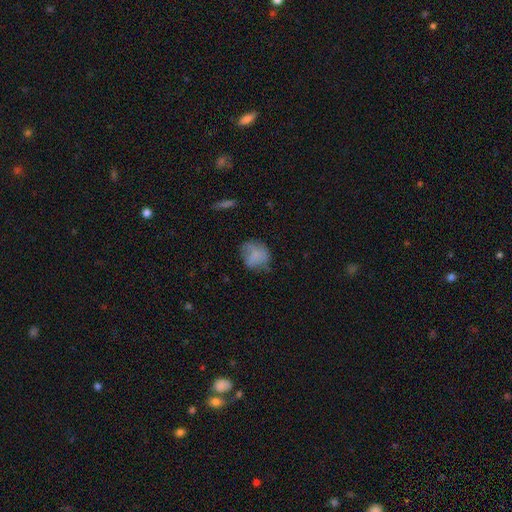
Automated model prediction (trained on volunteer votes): The model was most divided on "merging": none: 50%, minor disturbance: 31%, major disturbance: 16%, merger: 2%. More confident: smooth or featured — smooth (70%); how rounded — round (65%).